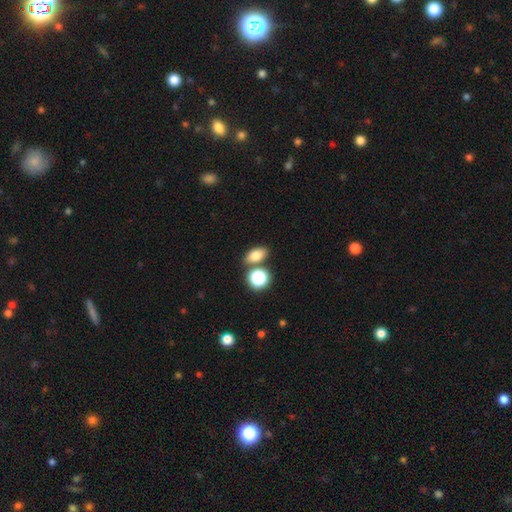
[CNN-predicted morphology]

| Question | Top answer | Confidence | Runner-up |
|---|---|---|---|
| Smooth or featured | smooth | 76% | star or artifact (13%) |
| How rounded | in between | 78% | round (19%) |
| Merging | none | 70% | merger (17%) |